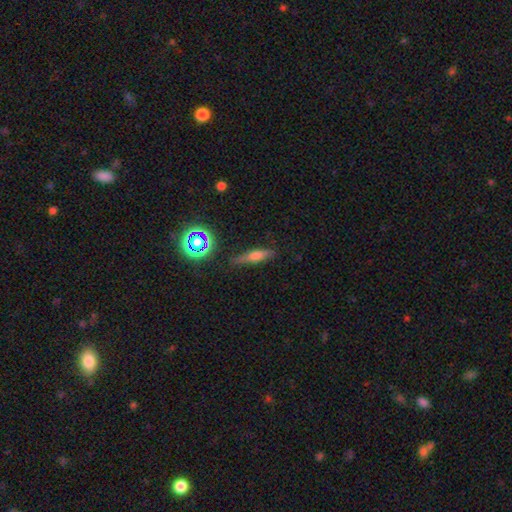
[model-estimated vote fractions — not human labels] This appears to be a smooth galaxy with no disk features (54%) that is cigar-shaped (72%). Merging: none (77%).